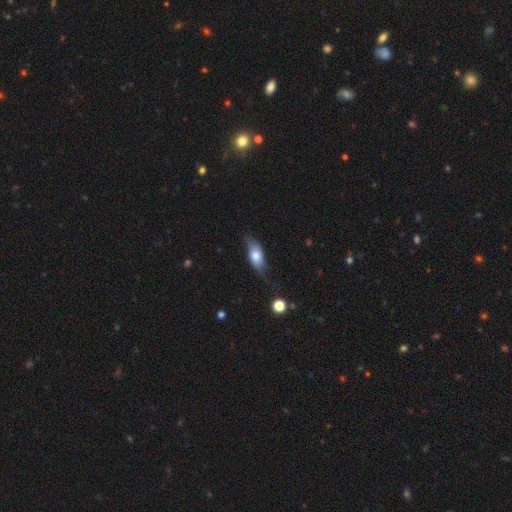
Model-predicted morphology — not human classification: The model was most divided on "merging": none: 55%, minor disturbance: 32%, major disturbance: 11%, merger: 2%. More confident: how rounded — in between (80%); smooth or featured — smooth (63%).